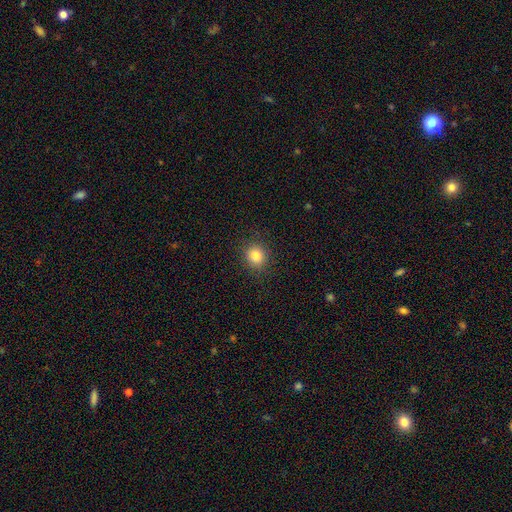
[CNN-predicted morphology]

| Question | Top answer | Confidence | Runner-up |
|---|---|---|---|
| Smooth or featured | smooth | 84% | star or artifact (11%) |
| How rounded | round | 83% | in between (16%) |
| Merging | none | 89% | minor disturbance (7%) |